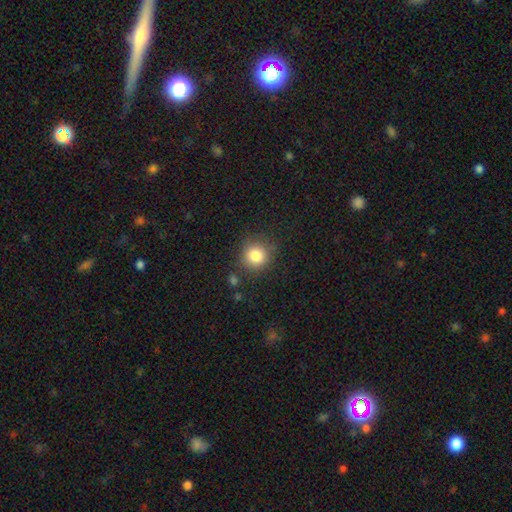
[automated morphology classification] Q: Smooth or featured?
A: smooth (83%); runner-up: star or artifact (11%)
Q: How rounded?
A: round (90%); runner-up: in between (9%)
Q: Merging?
A: none (83%); runner-up: minor disturbance (11%)